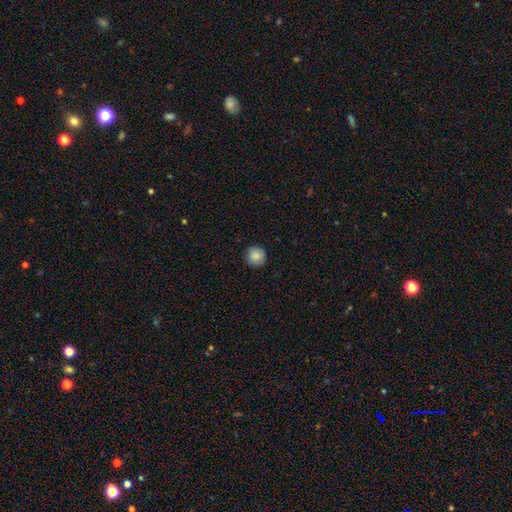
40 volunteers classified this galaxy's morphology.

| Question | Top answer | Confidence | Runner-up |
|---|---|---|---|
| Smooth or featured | smooth | 70% | featured or disk (20%) |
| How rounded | round | 100% | — |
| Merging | none | 89% | minor disturbance (8%) |